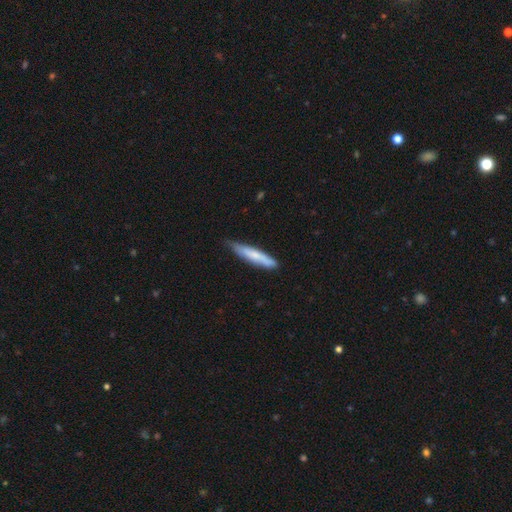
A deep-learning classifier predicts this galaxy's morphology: type=smooth (66%); roundness=cigar-shaped (90%); merging=none (71%).